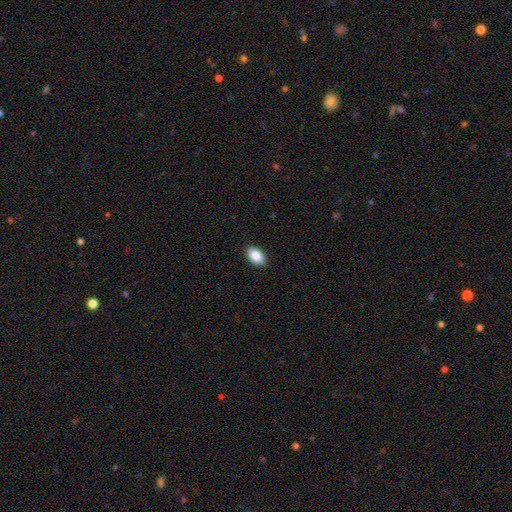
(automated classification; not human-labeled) Overall: smooth (89%). How rounded: in between (94%). Merging: none (90%).